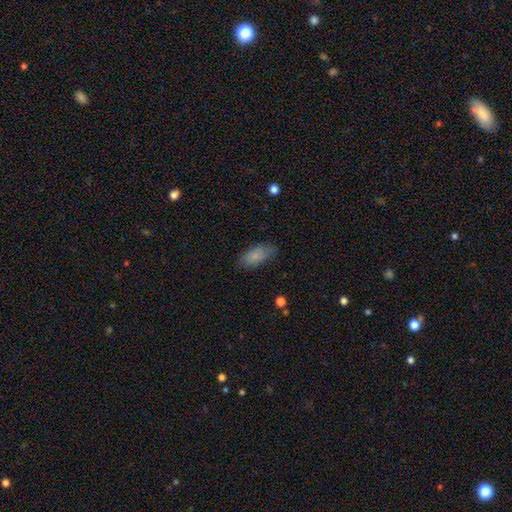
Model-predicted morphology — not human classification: Smooth or featured? smooth (80%)
How rounded? in between (89%)
Merging? none (77%)